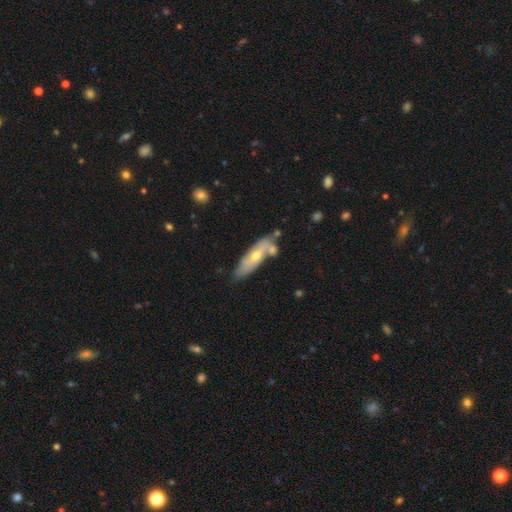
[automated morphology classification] This is possibly a featured or disk galaxy (48%). Merging: possibly none (52%).